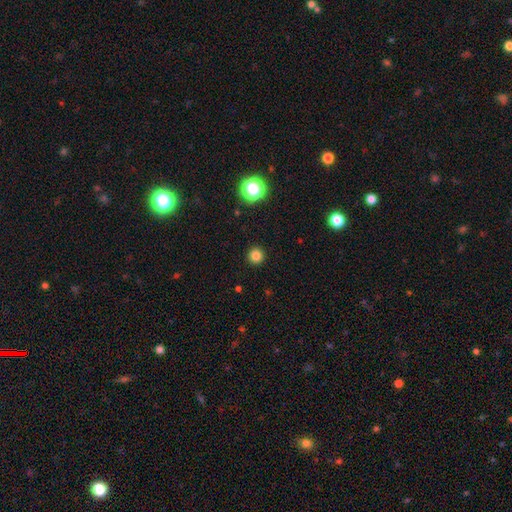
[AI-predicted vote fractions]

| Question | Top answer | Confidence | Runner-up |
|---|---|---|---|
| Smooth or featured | smooth | 82% | star or artifact (14%) |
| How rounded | round | 95% | in between (4%) |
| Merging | none | 93% | minor disturbance (4%) |